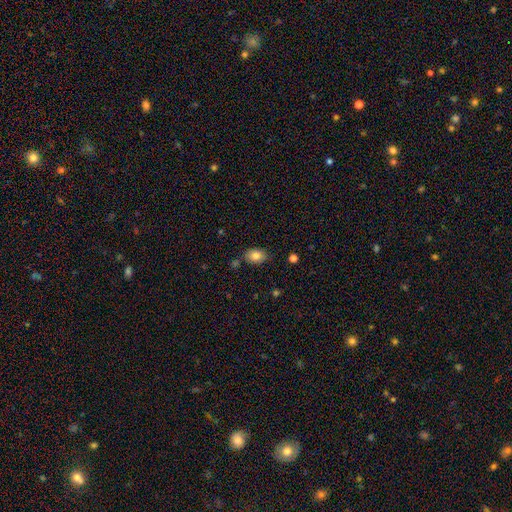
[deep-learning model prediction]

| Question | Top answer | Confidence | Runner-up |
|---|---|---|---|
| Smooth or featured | smooth | 83% | star or artifact (9%) |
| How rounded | in between | 76% | round (23%) |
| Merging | none | 80% | minor disturbance (13%) |